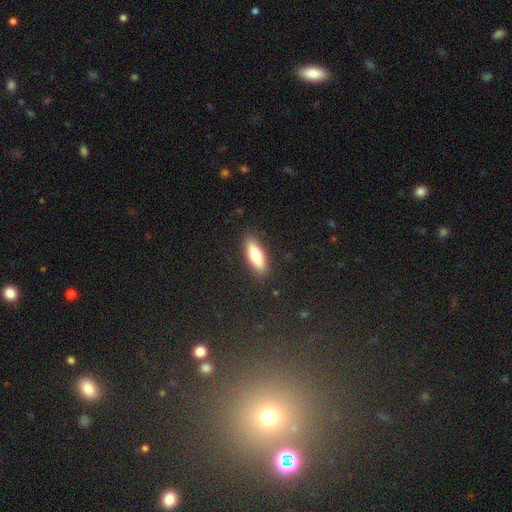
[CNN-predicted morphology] smooth-or-featured: smooth: 71% | featured or disk: 23% | star or artifact: 6%
  how-rounded: in between: 60% | cigar-shaped: 38% | round: 2%
  merging: none: 87% | minor disturbance: 9% | major disturbance: 2% | merger: 1%